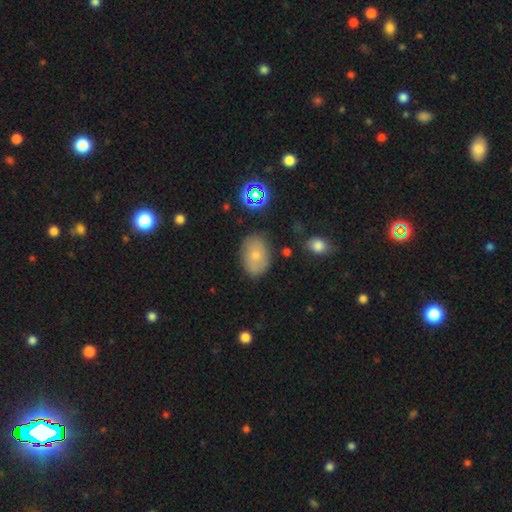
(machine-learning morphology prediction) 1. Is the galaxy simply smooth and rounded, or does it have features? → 70% smooth, 18% featured or disk, 12% star or artifact.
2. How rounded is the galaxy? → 82% in between, 17% round, 1% cigar-shaped.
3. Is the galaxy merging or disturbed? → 78% none, 15% minor disturbance, 4% major disturbance, 3% merger.